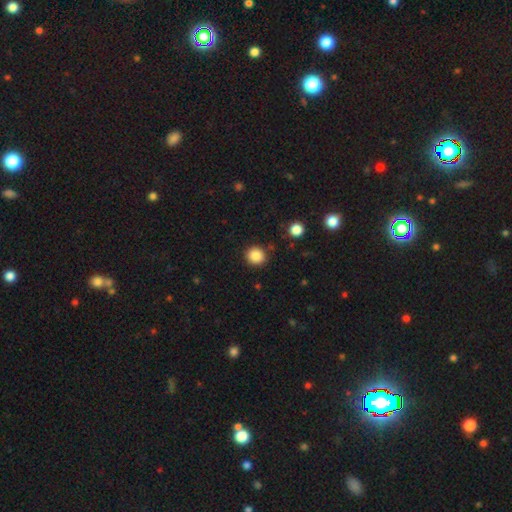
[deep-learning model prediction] Morphology: type=smooth (87%); roundness=round (89%); merging=none (88%).